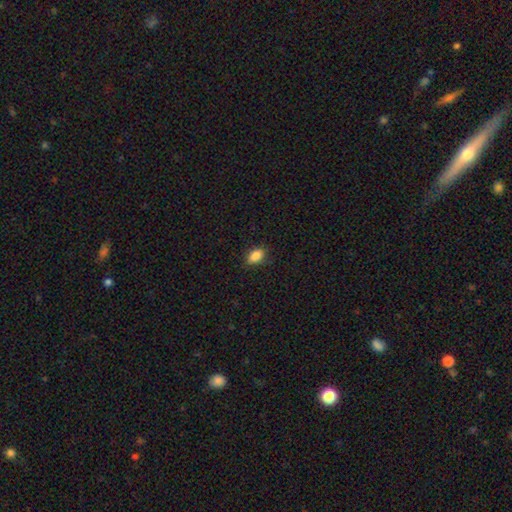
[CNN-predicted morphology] Q: Smooth or featured?
A: smooth (87%); runner-up: star or artifact (9%)
Q: How rounded?
A: in between (86%); runner-up: round (12%)
Q: Merging?
A: none (86%); runner-up: minor disturbance (11%)